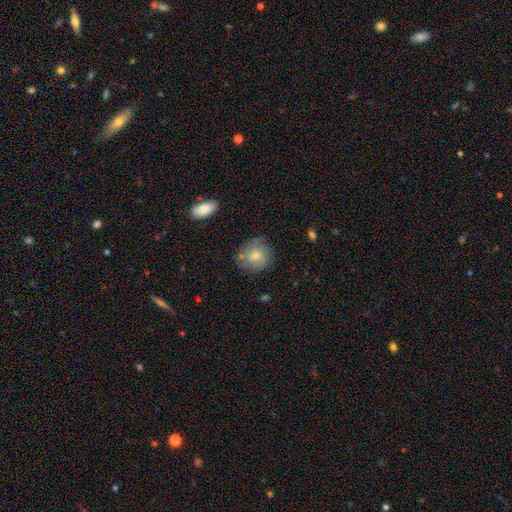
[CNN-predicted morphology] Overall: smooth (72%). How rounded: round (84%). Merging: none (71%).